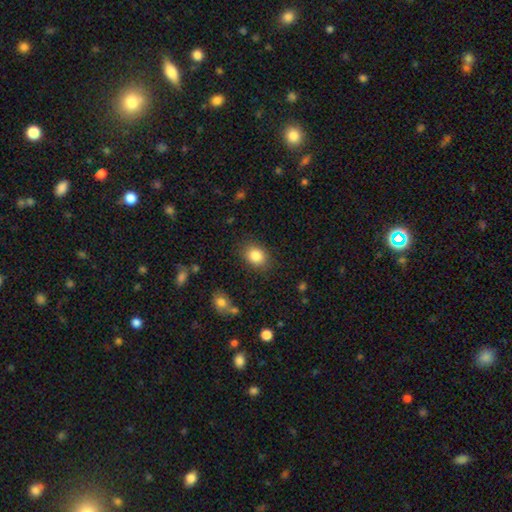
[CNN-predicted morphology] smooth 85%, star or artifact 9%, featured or disk 6%. Down the decision tree: how rounded — in between (56%); merging — none (83%).